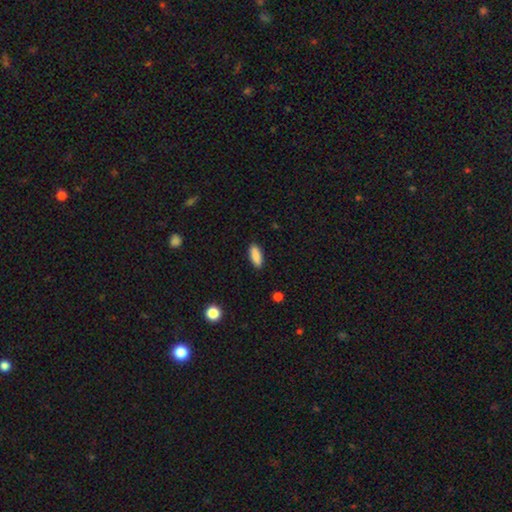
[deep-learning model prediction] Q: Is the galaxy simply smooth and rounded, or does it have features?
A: smooth — 89%.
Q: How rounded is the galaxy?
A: in between — 71%.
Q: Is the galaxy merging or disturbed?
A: none — 89%.